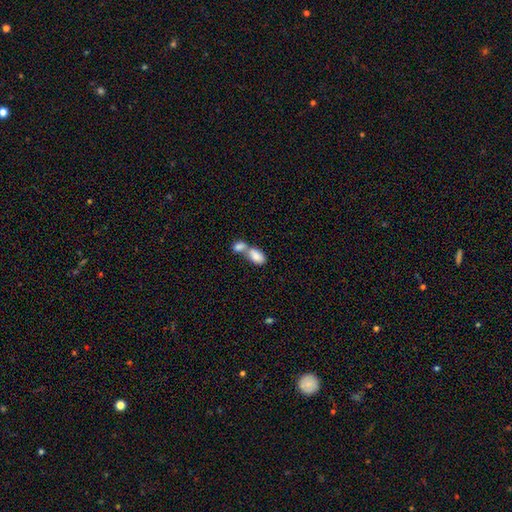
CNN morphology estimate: The model was most divided on "merging": merger: 70%, none: 20%, minor disturbance: 6%, major disturbance: 4%. More confident: how rounded — in between (92%); smooth or featured — smooth (83%).